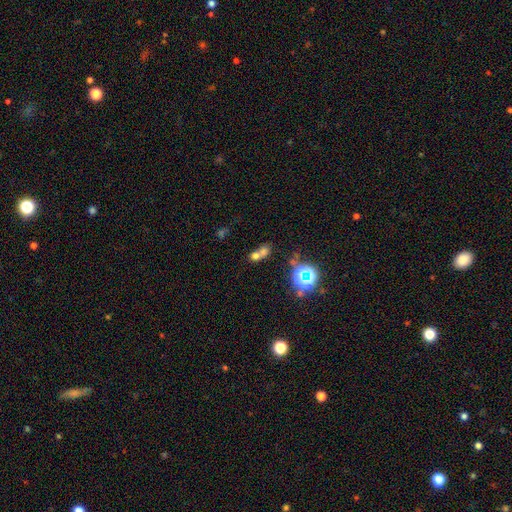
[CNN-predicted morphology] The model was most divided on "how rounded": round: 57%, in between: 41%, cigar-shaped: 3%. More confident: merging — merger (63%); smooth or featured — smooth (59%).